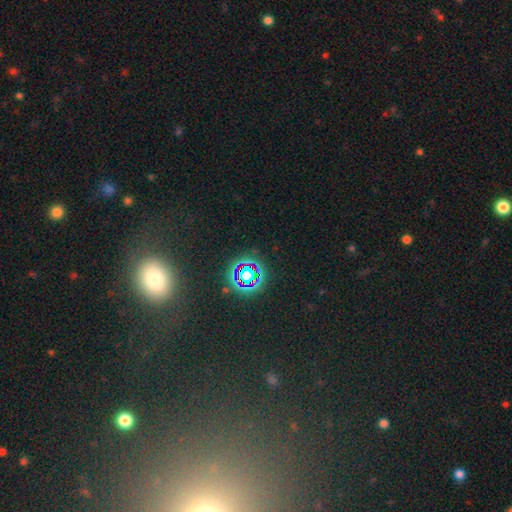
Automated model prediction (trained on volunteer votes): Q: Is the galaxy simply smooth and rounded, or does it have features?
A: star or artifact — 44%.